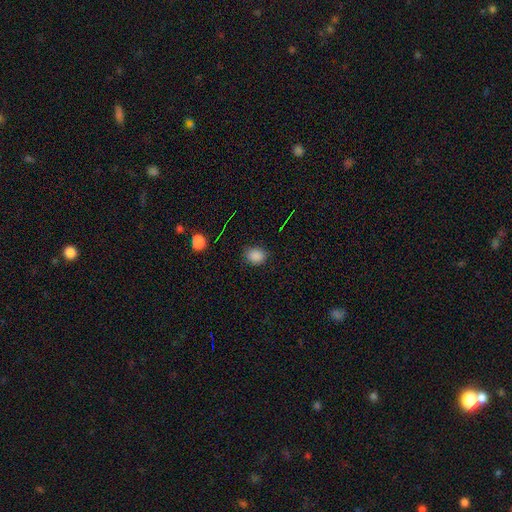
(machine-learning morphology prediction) Overall: smooth (85%). How rounded: round (56%; in between 43%). Merging: none (84%).